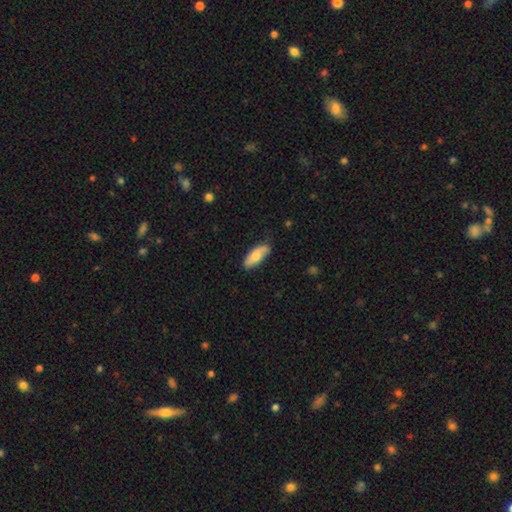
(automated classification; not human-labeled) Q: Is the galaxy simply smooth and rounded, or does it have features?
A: smooth — 68%.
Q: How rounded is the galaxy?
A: in between — 77%.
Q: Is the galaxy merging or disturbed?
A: none — 77%.